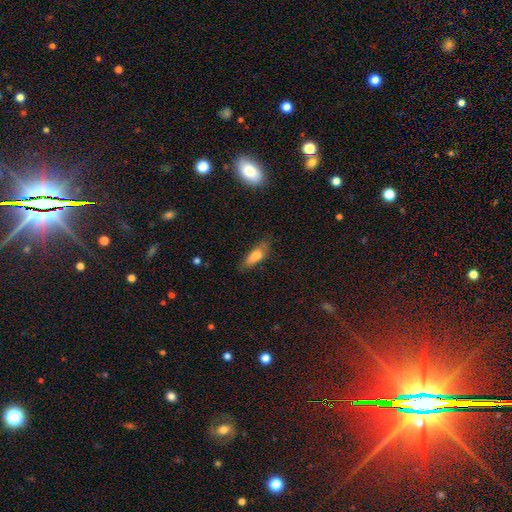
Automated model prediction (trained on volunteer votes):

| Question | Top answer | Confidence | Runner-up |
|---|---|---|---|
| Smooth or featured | smooth | 73% | featured or disk (18%) |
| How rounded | in between | 61% | cigar-shaped (36%) |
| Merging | none | 63% | minor disturbance (26%) |